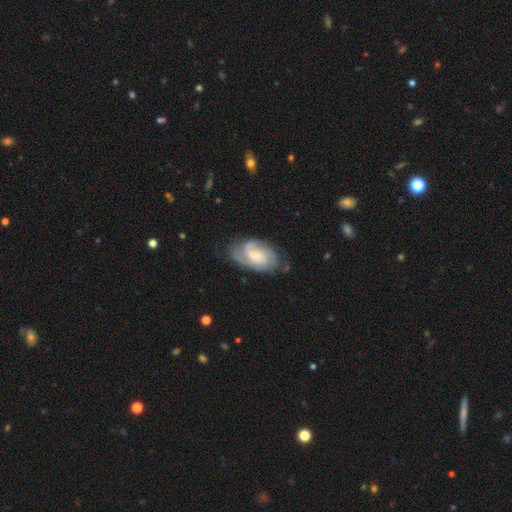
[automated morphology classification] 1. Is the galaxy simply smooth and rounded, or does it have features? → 78% featured or disk, 17% smooth, 5% star or artifact.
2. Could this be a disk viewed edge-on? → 97% no, 3% yes.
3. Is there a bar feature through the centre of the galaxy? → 51% no, 41% weak, 8% strong.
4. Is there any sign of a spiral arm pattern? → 94% yes, 6% no.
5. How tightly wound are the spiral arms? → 51% tight, 39% medium, 10% loose.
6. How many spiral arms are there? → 48% 2, 23% can't tell, 18% 3, 4% 1, 4% 4, 3% more than 4.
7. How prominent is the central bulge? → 59% small, 34% moderate, 3% none, 2% large, 1% dominant.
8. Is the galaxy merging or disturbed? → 68% none, 22% minor disturbance, 8% major disturbance, 2% merger.